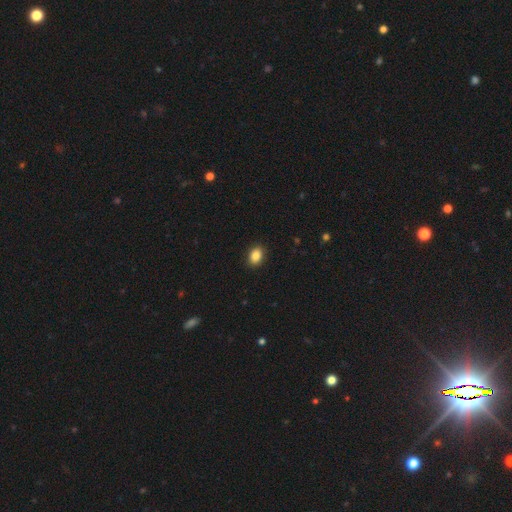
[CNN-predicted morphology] smooth_or_featured: smooth (p=0.86) [alt: star or artifact p=0.09]
how_rounded: in between (p=0.73) [alt: round p=0.26]
merging: none (p=0.91) [alt: minor disturbance p=0.07]